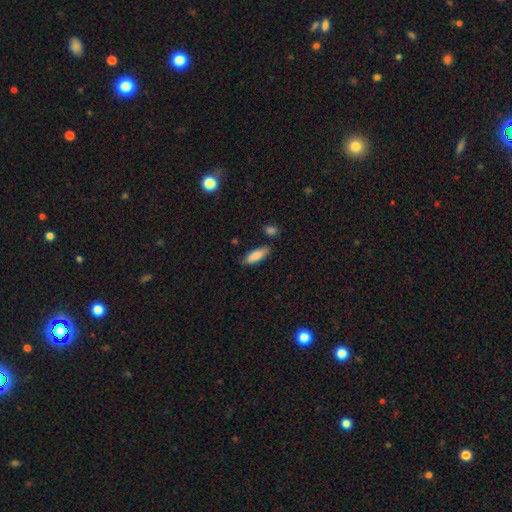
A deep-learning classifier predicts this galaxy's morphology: Smooth or featured? smooth (86%)
How rounded? in between (59%)
Merging? none (78%)